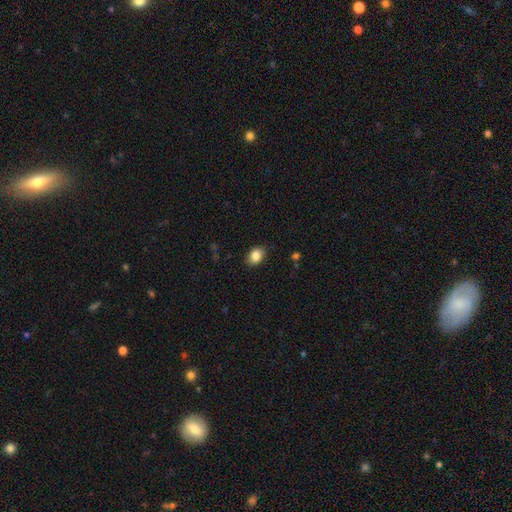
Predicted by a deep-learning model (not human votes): This appears to be a smooth galaxy with no disk features (86%) that is in between round and cigar-shaped (75%). Merging: none (85%).